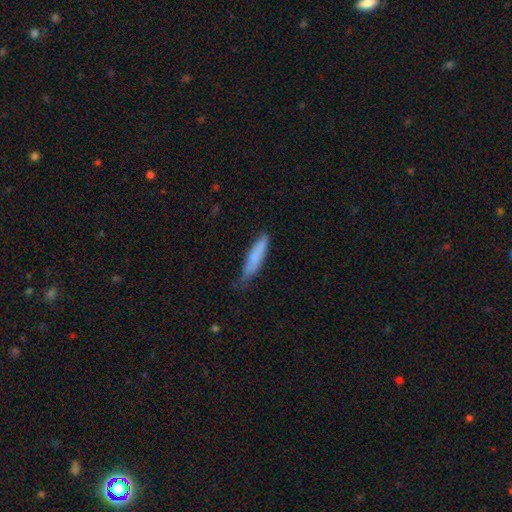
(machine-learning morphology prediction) Smooth or featured?
  - smooth: 76% *
  - featured or disk: 18%
  - star or artifact: 6%
How rounded?
  - cigar-shaped: 82% *
  - in between: 16%
  - round: 1%
Merging?
  - none: 58% *
  - minor disturbance: 34%
  - major disturbance: 6%
  - merger: 2%